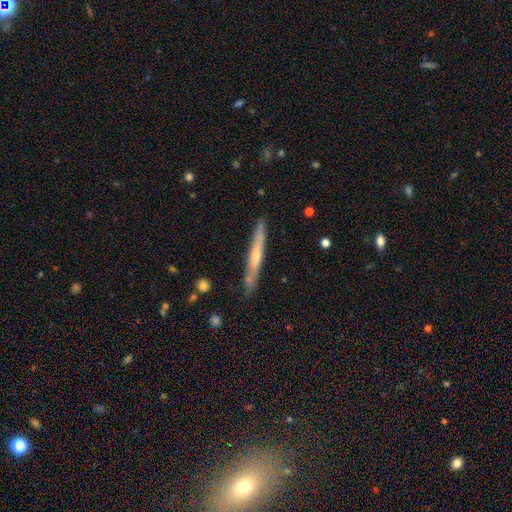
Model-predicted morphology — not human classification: Smooth or featured? Predicted: featured or disk (p=0.55). Edge-on disk? Predicted: yes (p=0.94). Edge-on bulge? Predicted: rounded (p=0.52). Merging? Predicted: none (p=0.85).